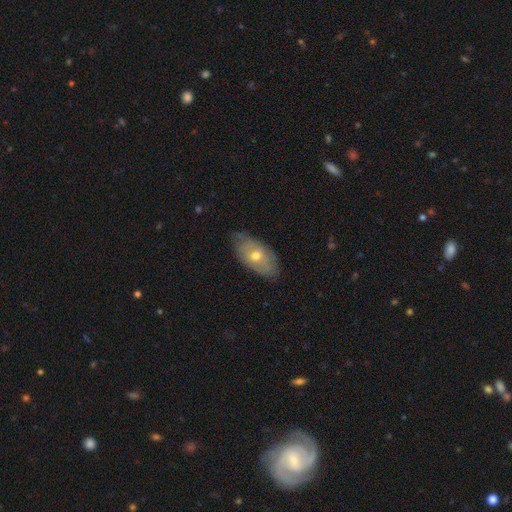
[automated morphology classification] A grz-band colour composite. It shows a smooth galaxy with no disk features (55%) that is in between round and cigar-shaped (91%). Merging: none (69%).